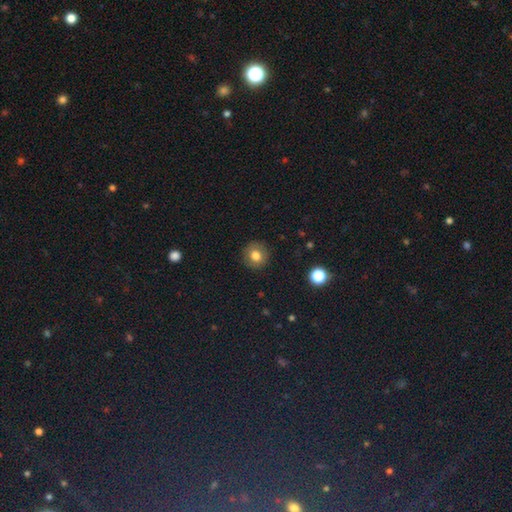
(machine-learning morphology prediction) A smooth galaxy with no disk features (79%) that is round (89%). Merging: none (89%).